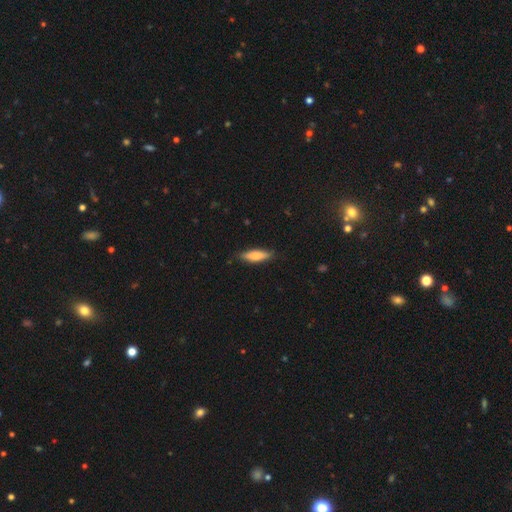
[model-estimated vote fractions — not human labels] A smooth galaxy with no disk features (70%) that is cigar-shaped (56%). Merging: none (83%).